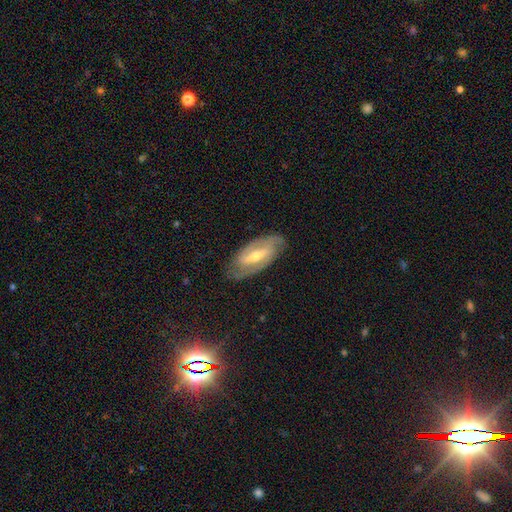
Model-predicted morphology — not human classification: featured or disk 84%, smooth 11%, star or artifact 5%. Down the decision tree: edge-on disk — no (93%); bar — strong (48%); spiral arms — yes (94%); spiral arm count — 2 (86%); spiral winding — medium (45%); bulge size — moderate (52%); merging — none (81%).